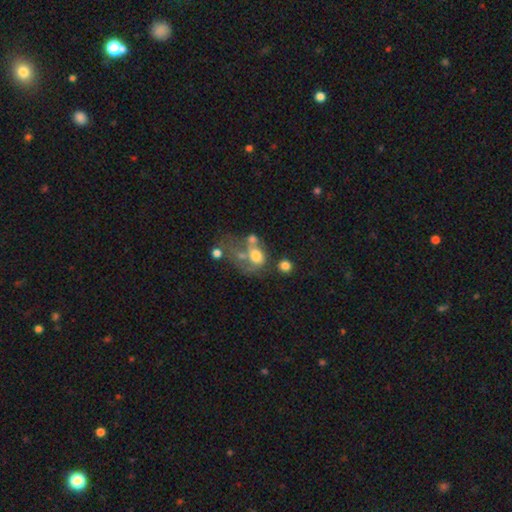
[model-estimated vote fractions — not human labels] This appears to be a smooth galaxy with no disk features (56%) that is in between round and cigar-shaped (53%). Merging: merger (45%).